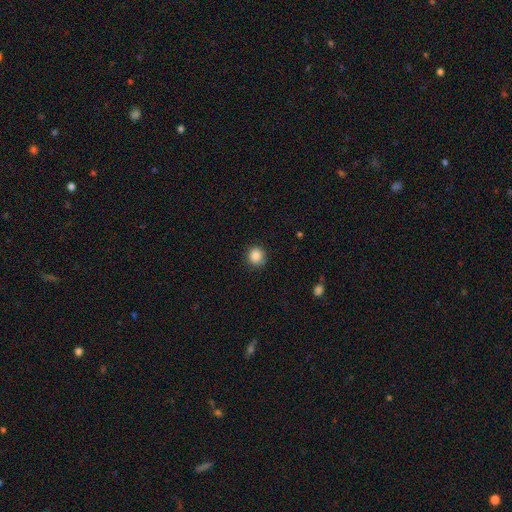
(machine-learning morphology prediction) The model was most divided on "smooth or featured": smooth: 87%, star or artifact: 10%, featured or disk: 4%. More confident: how rounded — round (91%); merging — none (88%).